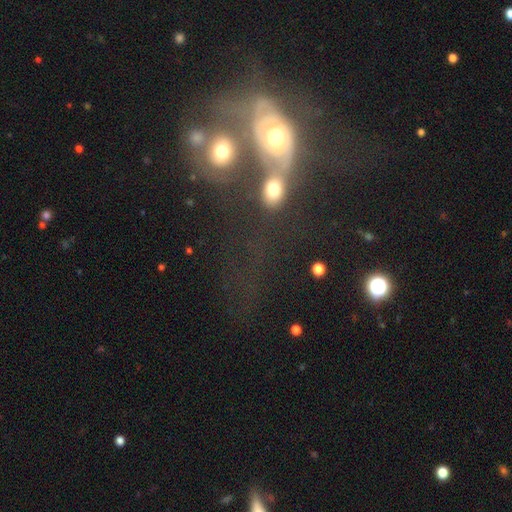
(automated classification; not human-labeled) Morphology: type=smooth (38%); merging=merger (58%).